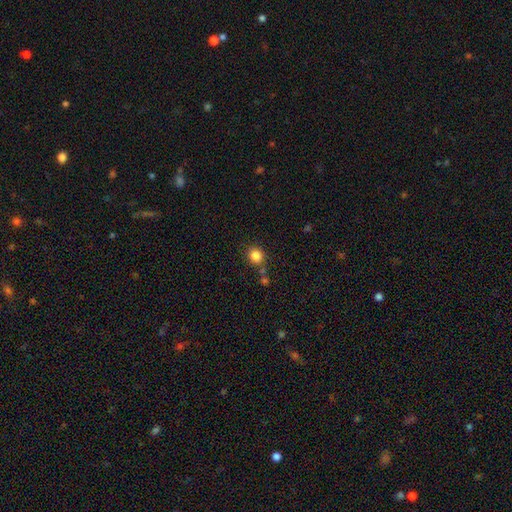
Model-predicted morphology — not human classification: Smooth or featured? Predicted: smooth (p=0.85). How rounded? Predicted: round (p=0.78). Merging? Predicted: none (p=0.76).